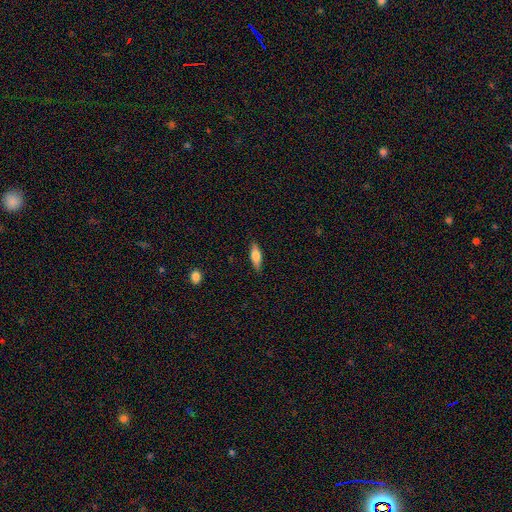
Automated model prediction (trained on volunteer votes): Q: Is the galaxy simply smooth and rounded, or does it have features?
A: smooth — 63%.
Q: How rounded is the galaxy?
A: in between — 54%.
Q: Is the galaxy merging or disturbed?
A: none — 87%.